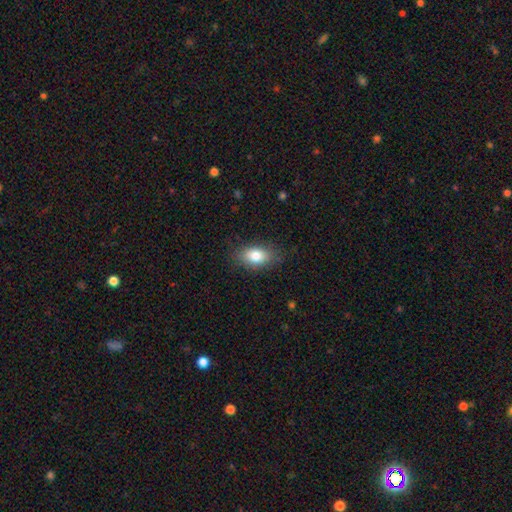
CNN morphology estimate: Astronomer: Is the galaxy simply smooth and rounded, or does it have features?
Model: smooth — 81%.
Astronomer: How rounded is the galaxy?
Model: in between — 87%.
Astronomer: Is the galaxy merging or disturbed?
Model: none — 82%.